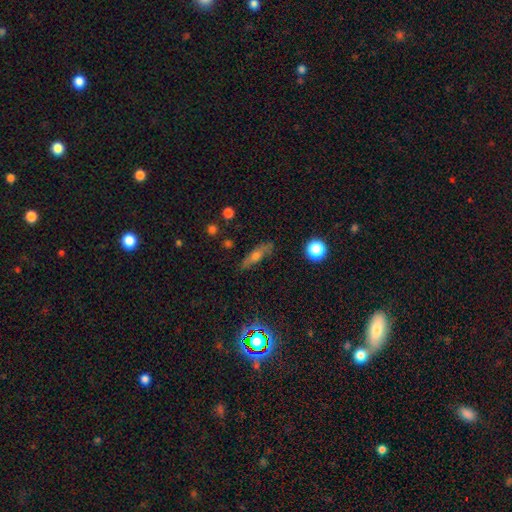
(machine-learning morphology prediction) Smooth or featured: smooth — 46% (featured or disk — 39%)
Merging: none — 79% (minor disturbance — 15%)